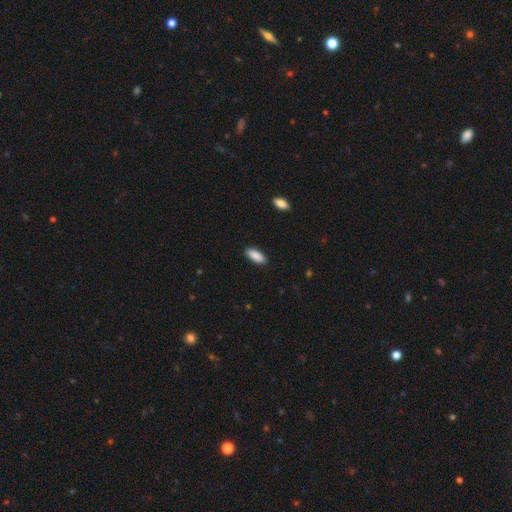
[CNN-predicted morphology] smooth-or-featured: smooth: 90% | star or artifact: 6% | featured or disk: 4%
  how-rounded: in between: 80% | cigar-shaped: 19% | round: 2%
  merging: none: 89% | minor disturbance: 8% | major disturbance: 2% | merger: 1%